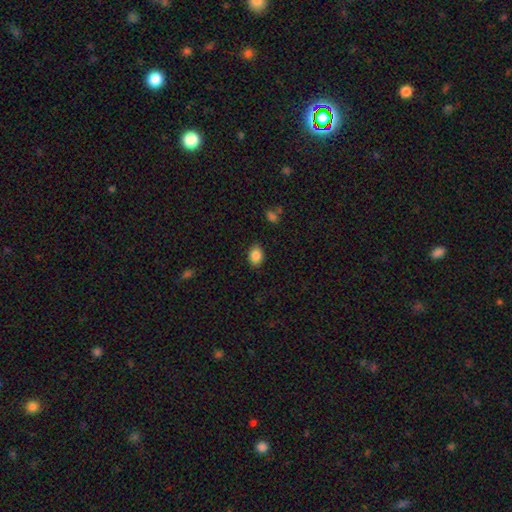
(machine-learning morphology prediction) Smooth or featured? smooth (87%)
How rounded? in between (78%)
Merging? none (87%)